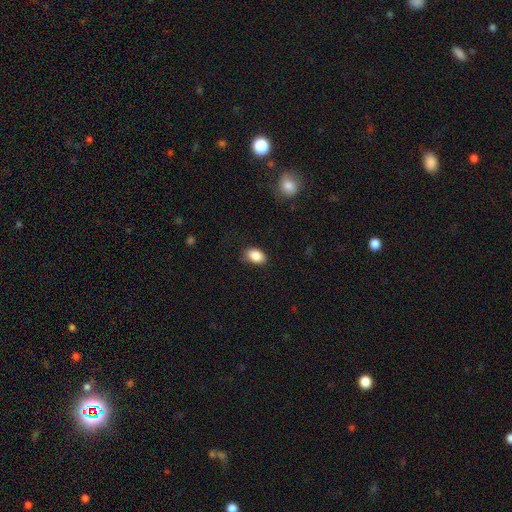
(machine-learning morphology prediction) Smooth or featured: smooth — 88% (star or artifact — 8%)
How rounded: in between — 88% (round — 11%)
Merging: none — 79% (minor disturbance — 16%)